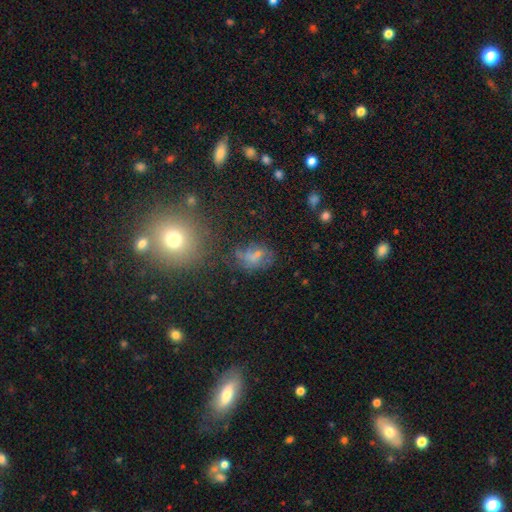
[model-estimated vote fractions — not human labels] A smooth galaxy with no disk features (44%). Merging: none (56%).